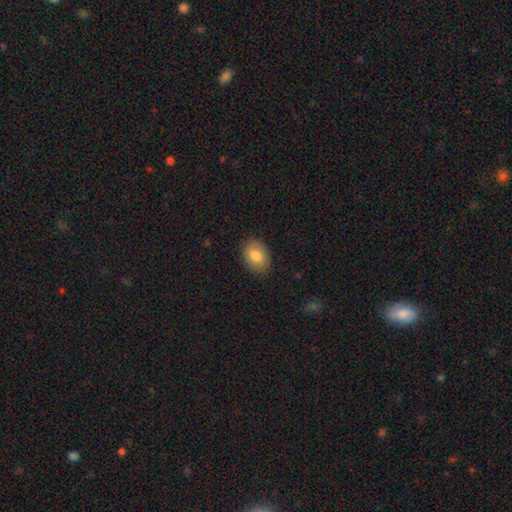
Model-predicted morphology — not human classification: smooth 82%, featured or disk 11%, star or artifact 7%. Down the decision tree: how rounded — in between (77%); merging — none (86%).